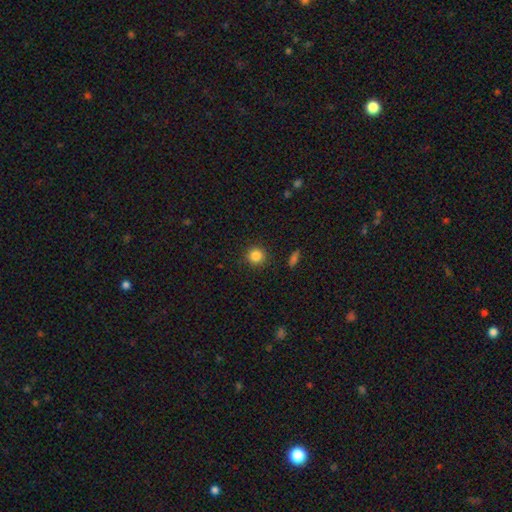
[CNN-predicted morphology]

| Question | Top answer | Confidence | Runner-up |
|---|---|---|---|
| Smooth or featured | smooth | 85% | star or artifact (11%) |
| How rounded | round | 94% | in between (5%) |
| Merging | none | 91% | minor disturbance (6%) |